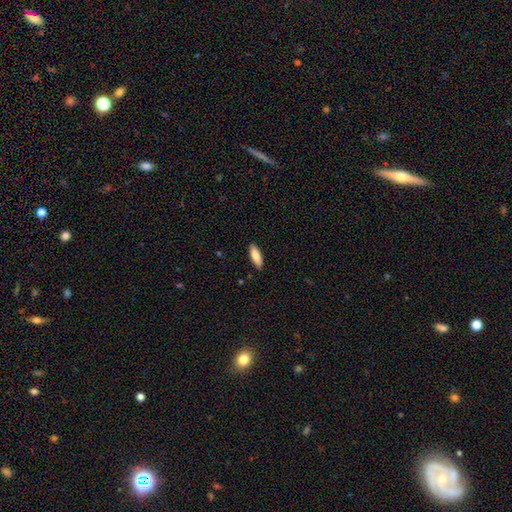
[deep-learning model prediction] This is clearly a smooth galaxy (84%). How rounded: possibly in between (58%). Merging: clearly none (88%).